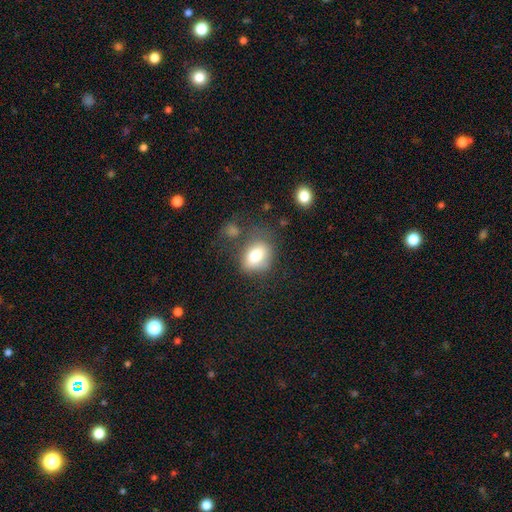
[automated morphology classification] This is likely a smooth galaxy (76%). How rounded: likely in between (66%). Merging: possibly none (58%).